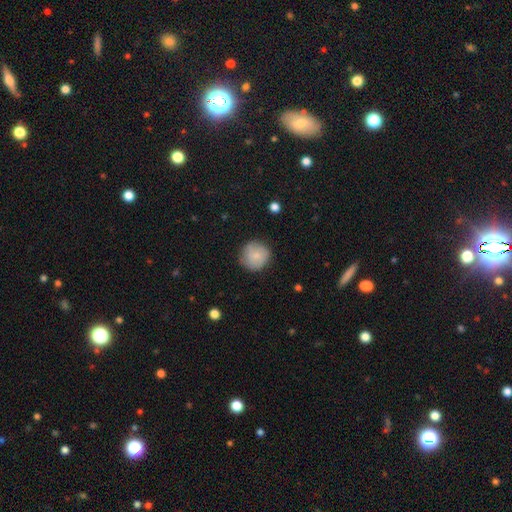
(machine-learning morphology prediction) Smooth or featured?
  - smooth: 79% *
  - featured or disk: 14%
  - star or artifact: 7%
How rounded?
  - round: 93% *
  - in between: 6%
  - cigar-shaped: 1%
Merging?
  - none: 81% *
  - minor disturbance: 14%
  - major disturbance: 3%
  - merger: 1%